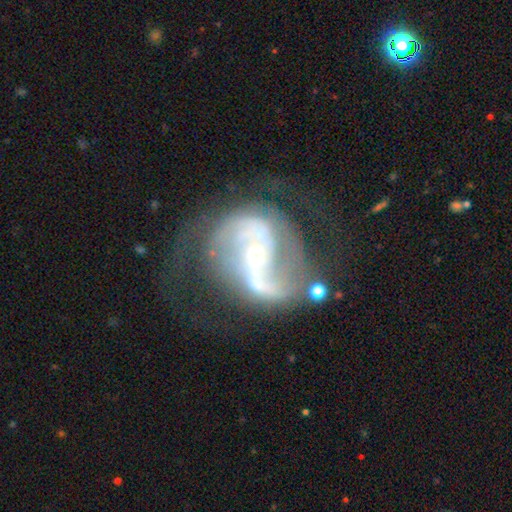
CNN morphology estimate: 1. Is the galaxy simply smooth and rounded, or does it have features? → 88% featured or disk, 7% star or artifact, 5% smooth.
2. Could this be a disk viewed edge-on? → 97% no, 3% yes.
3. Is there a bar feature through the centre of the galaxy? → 41% no, 32% weak, 27% strong.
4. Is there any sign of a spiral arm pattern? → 95% yes, 5% no.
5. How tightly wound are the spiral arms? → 45% medium, 40% loose, 16% tight.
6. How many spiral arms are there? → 82% 2, 7% can't tell, 4% 1, 4% 3, 2% 4, 2% more than 4.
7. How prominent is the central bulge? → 74% small, 21% moderate, 2% large, 2% none, 1% dominant.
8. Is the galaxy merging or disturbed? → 53% none, 23% major disturbance, 19% minor disturbance, 5% merger.